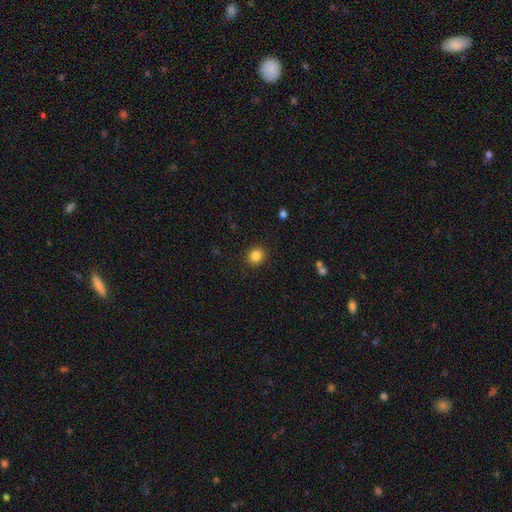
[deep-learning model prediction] smooth_or_featured: smooth (p=0.84) [alt: star or artifact p=0.11]
how_rounded: round (p=0.79) [alt: in between p=0.20]
merging: none (p=0.90) [alt: minor disturbance p=0.07]